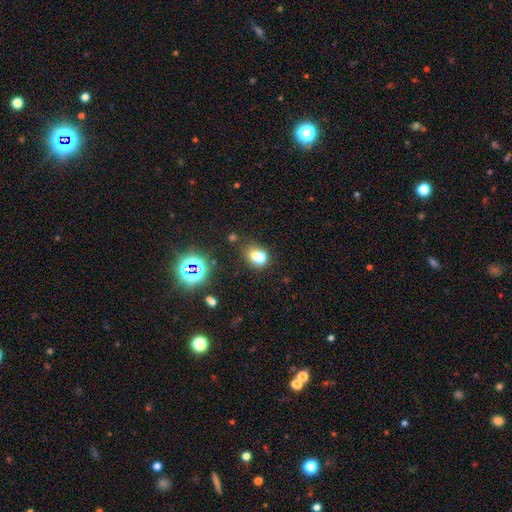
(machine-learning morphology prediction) Q: Smooth or featured?
A: smooth (67%); runner-up: star or artifact (19%)
Q: How rounded?
A: in between (51%); runner-up: round (48%)
Q: Merging?
A: none (42%); runner-up: merger (34%)